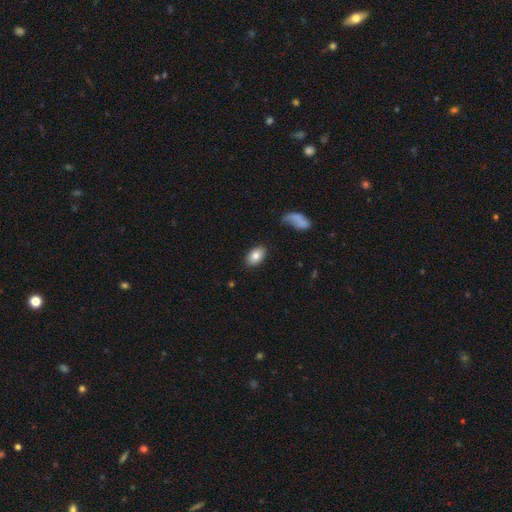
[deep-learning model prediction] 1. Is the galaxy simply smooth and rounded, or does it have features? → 82% smooth, 11% featured or disk, 8% star or artifact.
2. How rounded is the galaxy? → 89% in between, 9% round, 1% cigar-shaped.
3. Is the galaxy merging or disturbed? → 85% none, 9% minor disturbance, 3% major disturbance, 2% merger.